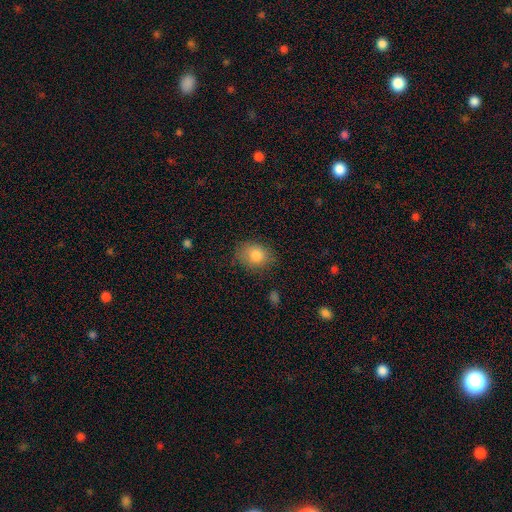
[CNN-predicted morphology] This appears to be a smooth galaxy with no disk features (82%) that is in between round and cigar-shaped (50%). Merging: none (76%).